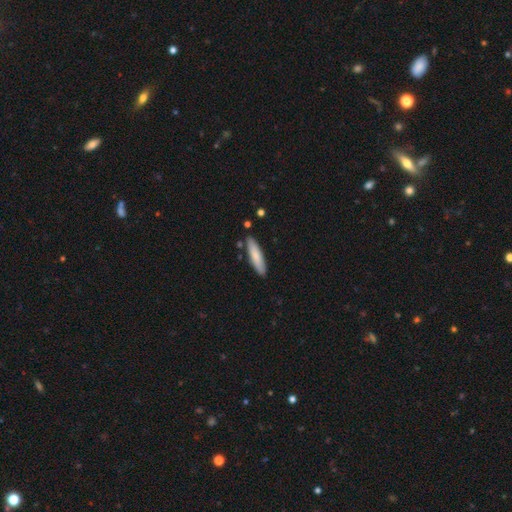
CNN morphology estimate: Smooth or featured: smooth — 79% (featured or disk — 15%)
How rounded: cigar-shaped — 79% (in between — 20%)
Merging: none — 86% (minor disturbance — 10%)